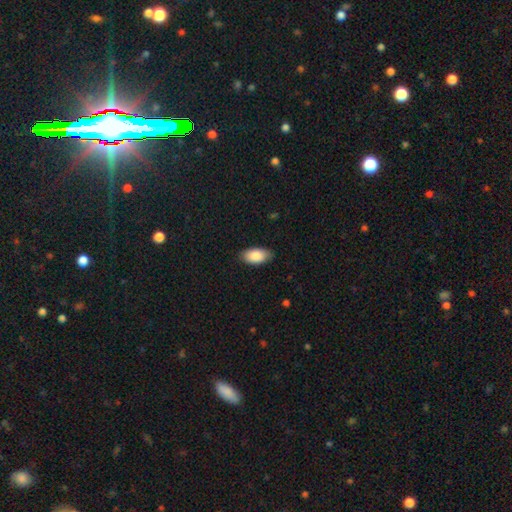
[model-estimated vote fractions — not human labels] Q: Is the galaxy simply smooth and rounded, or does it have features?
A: smooth — 88%.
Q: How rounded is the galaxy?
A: in between — 94%.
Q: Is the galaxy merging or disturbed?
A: none — 85%.